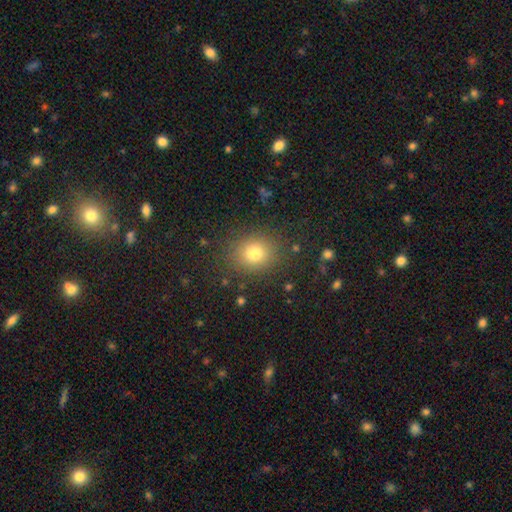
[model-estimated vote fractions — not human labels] smooth 77%, star or artifact 15%, featured or disk 8%. Down the decision tree: how rounded — round (69%); merging — none (86%).